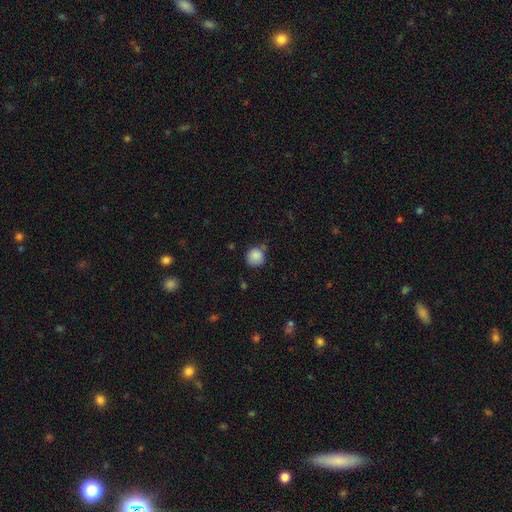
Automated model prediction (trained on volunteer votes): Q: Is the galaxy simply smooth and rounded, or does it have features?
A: smooth — 86%.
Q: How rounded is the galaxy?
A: round — 88%.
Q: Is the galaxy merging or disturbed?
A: none — 64%.